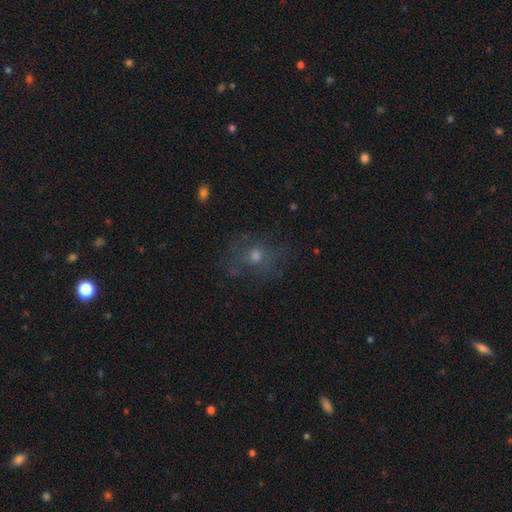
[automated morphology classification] This is marginally a smooth galaxy (39%). Merging: likely none (72%).